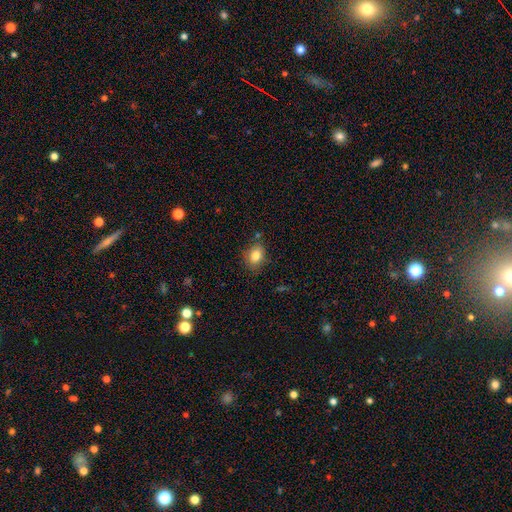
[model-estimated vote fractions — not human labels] This is clearly a smooth galaxy (82%). How rounded: likely in between (68%). Merging: likely none (79%).